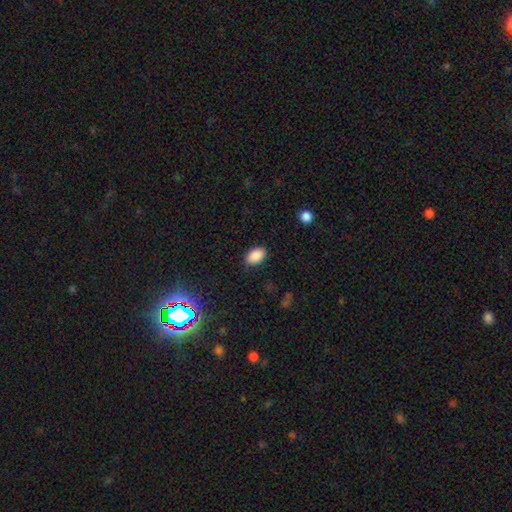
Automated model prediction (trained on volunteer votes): Q: Smooth or featured?
A: smooth (88%); runner-up: star or artifact (8%)
Q: How rounded?
A: in between (89%); runner-up: round (10%)
Q: Merging?
A: none (86%); runner-up: minor disturbance (11%)